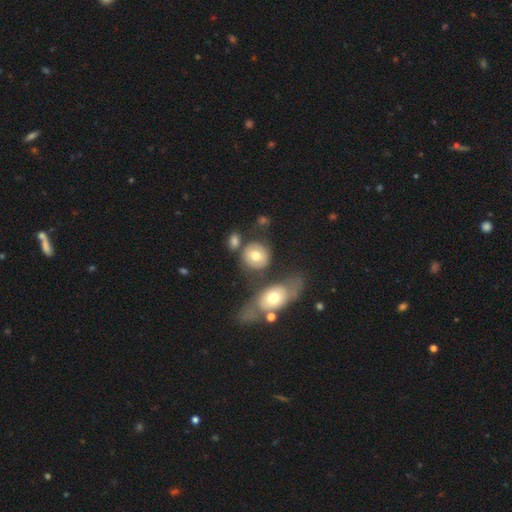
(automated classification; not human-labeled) The model was most divided on "smooth or featured": smooth: 66%, featured or disk: 26%, star or artifact: 8%. More confident: how rounded — round (81%); merging — none (61%).